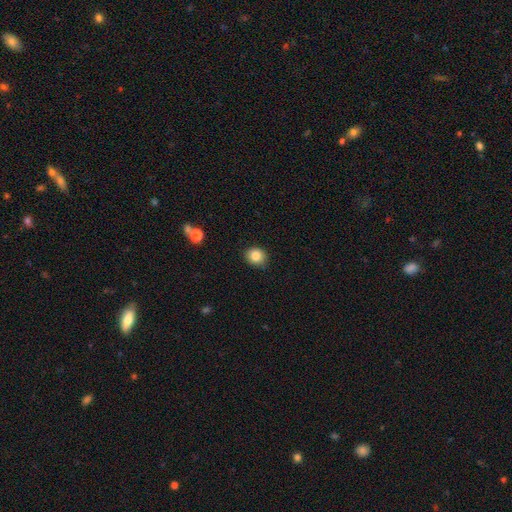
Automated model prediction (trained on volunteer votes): smooth-or-featured: smooth: 85% | star or artifact: 10% | featured or disk: 5%
  how-rounded: round: 73% | in between: 26% | cigar-shaped: 1%
  merging: none: 85% | minor disturbance: 12% | major disturbance: 2% | merger: 1%